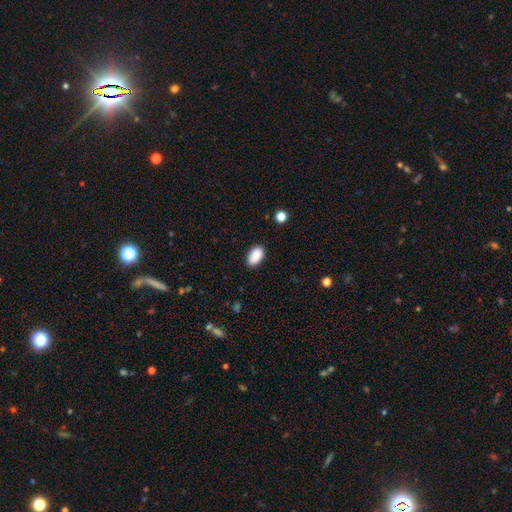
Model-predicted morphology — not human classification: Smooth or featured?
  - smooth: 90% *
  - star or artifact: 7%
  - featured or disk: 3%
How rounded?
  - in between: 93% *
  - round: 5%
  - cigar-shaped: 2%
Merging?
  - none: 86% *
  - minor disturbance: 10%
  - major disturbance: 2%
  - merger: 1%